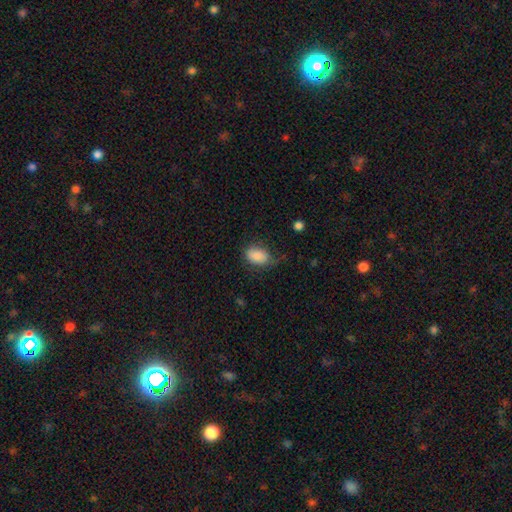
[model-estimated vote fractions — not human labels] smooth 83%, featured or disk 9%, star or artifact 8%. Down the decision tree: how rounded — in between (87%); merging — none (55%).